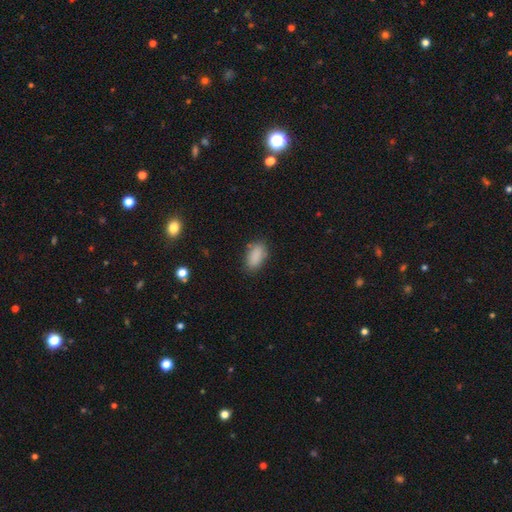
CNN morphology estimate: Smooth or featured: smooth — 88% (star or artifact — 8%)
How rounded: in between — 90% (cigar-shaped — 6%)
Merging: none — 81% (minor disturbance — 14%)